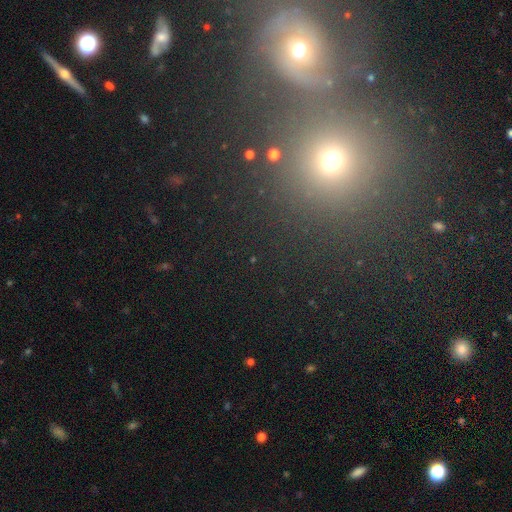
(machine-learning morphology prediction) This appears to be a star or artifact, not a galaxy (47%).